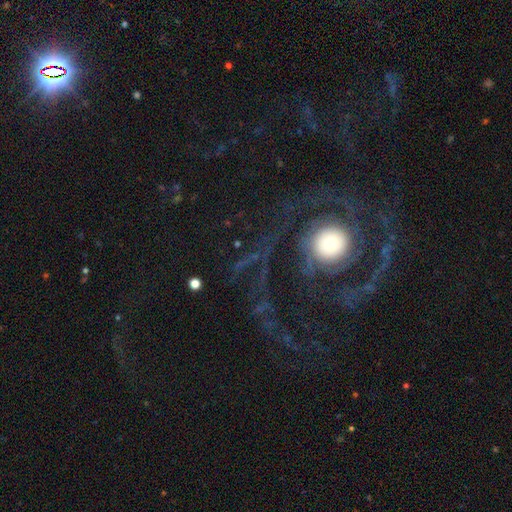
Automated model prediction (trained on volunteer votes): Smooth or featured? Predicted: featured or disk (p=0.82). Edge-on disk? Predicted: no (p=0.97). Bar? Predicted: no (p=0.76). Spiral arms? Predicted: yes (p=0.90). Spiral winding? Predicted: medium (p=0.46). Spiral arm count? Predicted: 2 (p=0.53). Bulge size? Predicted: moderate (p=0.52). Merging? Predicted: none (p=0.65).